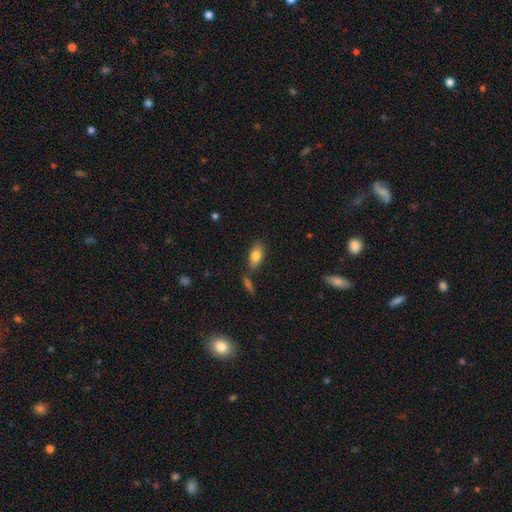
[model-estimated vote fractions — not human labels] This appears to be a smooth galaxy with no disk features (80%) that is in between round and cigar-shaped (89%). Merging: none (74%).